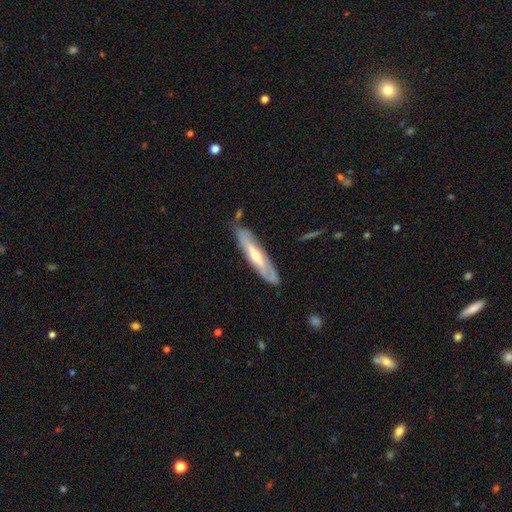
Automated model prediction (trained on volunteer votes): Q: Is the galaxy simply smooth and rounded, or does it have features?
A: featured or disk — 63%.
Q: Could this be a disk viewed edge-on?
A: yes — 52%.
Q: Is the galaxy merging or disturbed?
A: none — 77%.